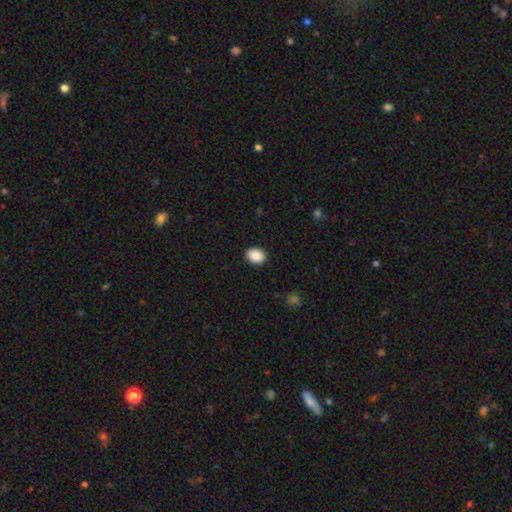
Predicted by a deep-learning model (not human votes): The model was most divided on "how rounded": in between: 62%, round: 38%, cigar-shaped: 1%. More confident: merging — none (90%); smooth or featured — smooth (89%).